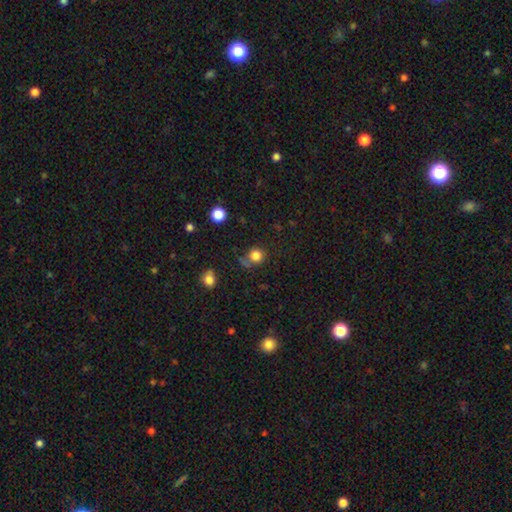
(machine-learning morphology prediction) Smooth or featured: smooth — 81% (star or artifact — 13%)
How rounded: round — 89% (in between — 10%)
Merging: none — 69% (minor disturbance — 16%)